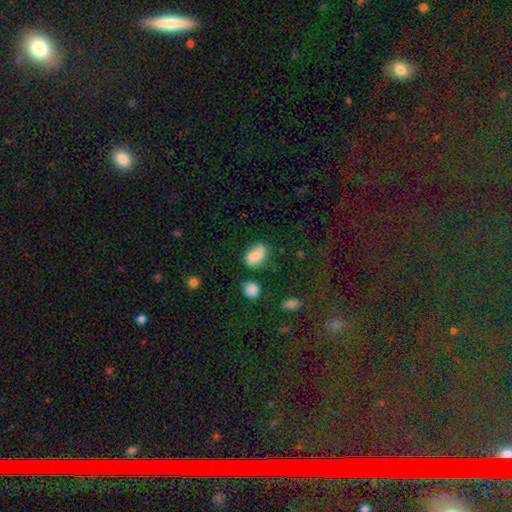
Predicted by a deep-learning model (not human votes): smooth 65%, featured or disk 25%, star or artifact 9%. Down the decision tree: how rounded — in between (81%); merging — none (64%).